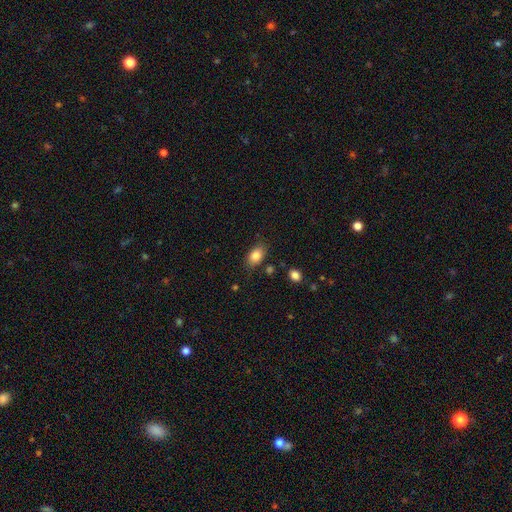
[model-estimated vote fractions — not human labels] smooth_or_featured: smooth (p=0.84) [alt: star or artifact p=0.09]
how_rounded: in between (p=0.84) [alt: round p=0.14]
merging: none (p=0.79) [alt: minor disturbance p=0.15]